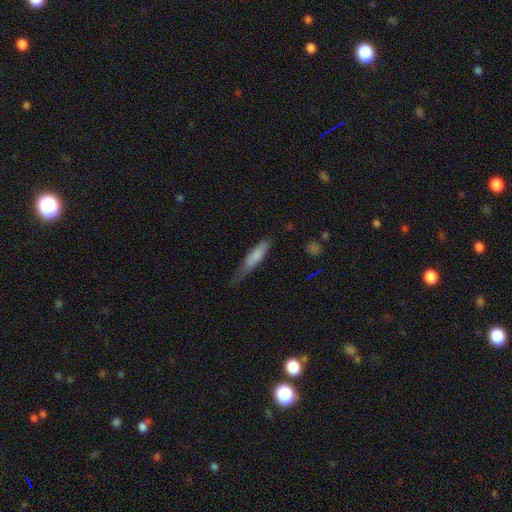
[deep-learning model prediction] Smooth or featured? smooth (75%)
How rounded? cigar-shaped (76%)
Merging? minor disturbance (42%)